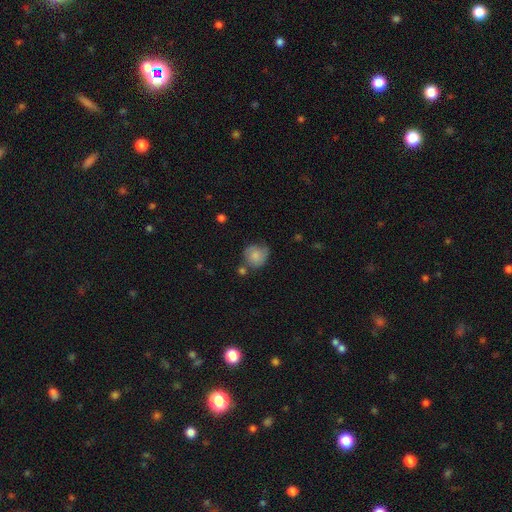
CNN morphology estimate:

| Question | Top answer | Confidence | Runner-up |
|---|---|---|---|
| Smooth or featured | smooth | 74% | featured or disk (18%) |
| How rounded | round | 81% | in between (18%) |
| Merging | none | 53% | minor disturbance (28%) |